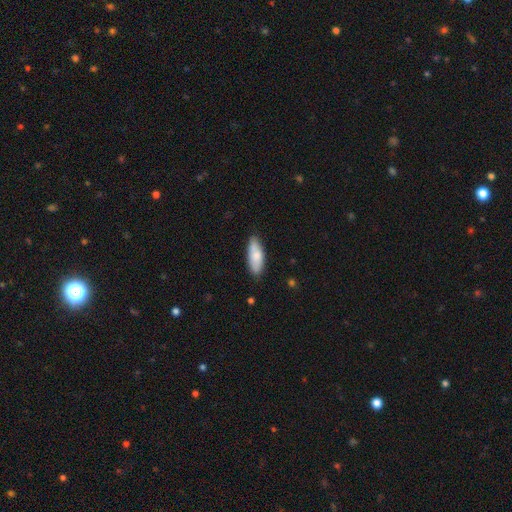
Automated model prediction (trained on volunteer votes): Smooth or featured? Predicted: smooth (p=0.78). How rounded? Predicted: in between (p=0.72). Merging? Predicted: none (p=0.80).